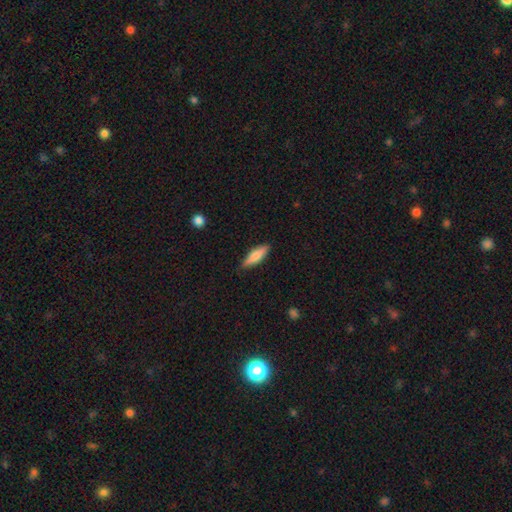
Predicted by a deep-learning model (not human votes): A smooth galaxy with no disk features (70%) that is cigar-shaped (63%). Merging: none (86%).